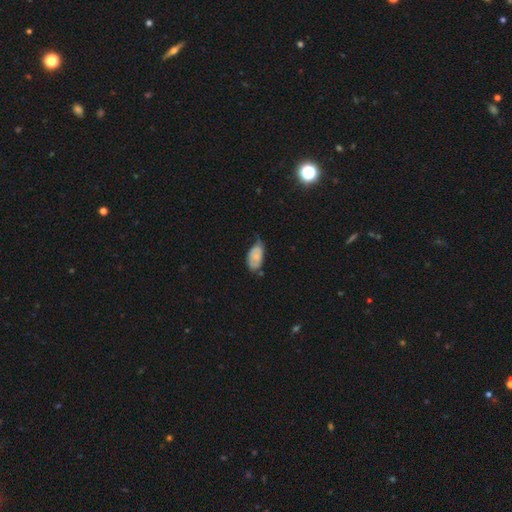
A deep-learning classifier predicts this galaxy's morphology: smooth-or-featured: smooth: 64% | featured or disk: 28% | star or artifact: 8%
  how-rounded: in between: 93% | round: 4% | cigar-shaped: 3%
  merging: minor disturbance: 45% | none: 37% | major disturbance: 14% | merger: 4%